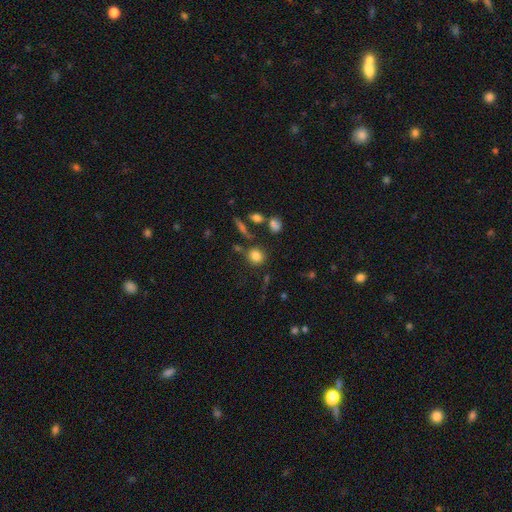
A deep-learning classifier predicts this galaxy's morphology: Q: Smooth or featured?
A: smooth (81%); runner-up: star or artifact (12%)
Q: How rounded?
A: round (77%); runner-up: in between (22%)
Q: Merging?
A: none (74%); runner-up: minor disturbance (13%)